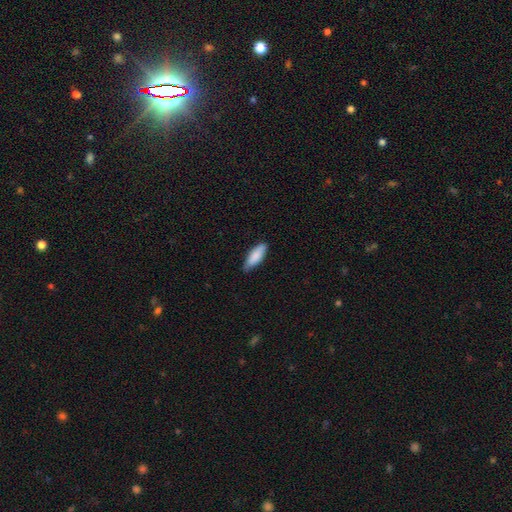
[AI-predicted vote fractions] A smooth galaxy with no disk features (86%) that is in between round and cigar-shaped (62%). Merging: none (77%).